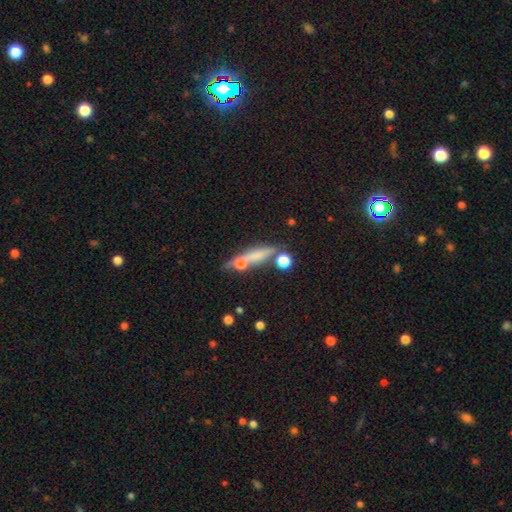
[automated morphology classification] A smooth galaxy with no disk features (50%) that is cigar-shaped (70%). Merging: none (59%).